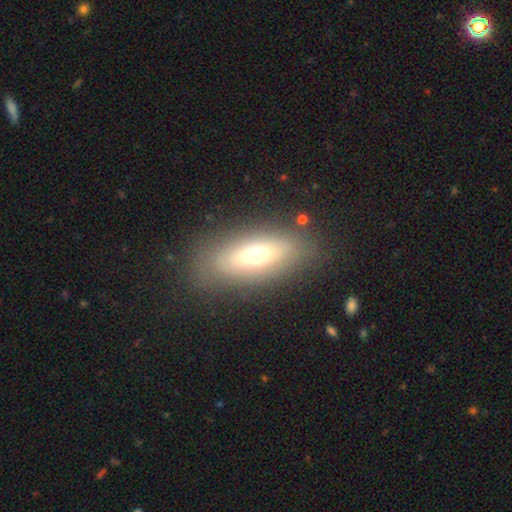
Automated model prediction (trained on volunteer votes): Smooth or featured: smooth — 57% (featured or disk — 34%)
How rounded: in between — 72% (cigar-shaped — 25%)
Merging: none — 80% (minor disturbance — 13%)